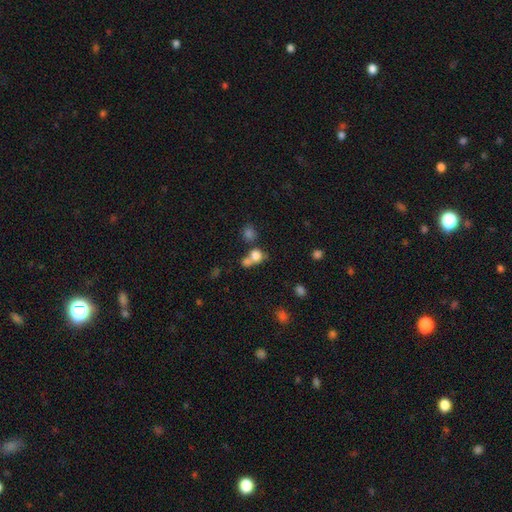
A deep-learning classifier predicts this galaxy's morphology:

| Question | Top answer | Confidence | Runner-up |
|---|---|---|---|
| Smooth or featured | smooth | 77% | star or artifact (13%) |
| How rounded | round | 75% | in between (23%) |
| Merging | merger | 49% | none (37%) |